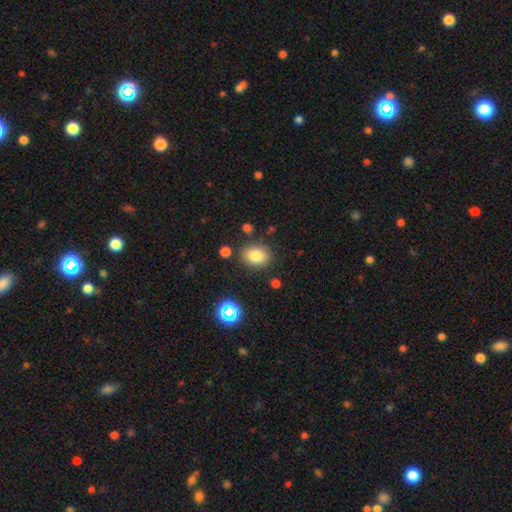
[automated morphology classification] This appears to be a smooth galaxy with no disk features (80%) that is in between round and cigar-shaped (57%). Merging: none (82%).